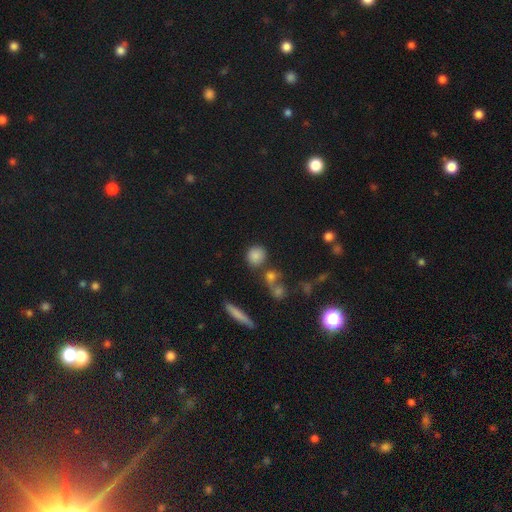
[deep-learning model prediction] Overall: smooth (83%). How rounded: round (81%). Merging: none (74%).